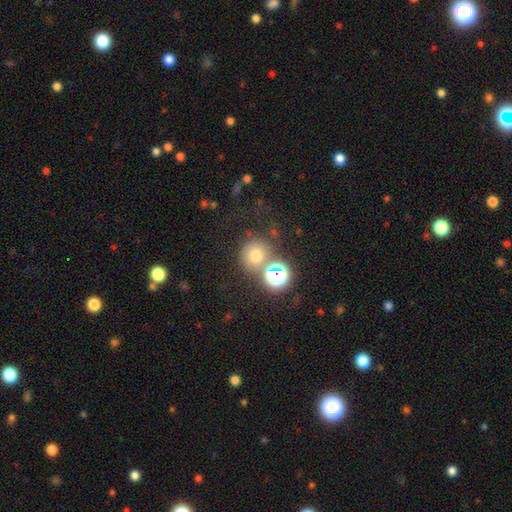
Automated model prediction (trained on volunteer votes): smooth_or_featured: smooth (p=0.64) [alt: star or artifact p=0.24]
how_rounded: round (p=0.86) [alt: in between p=0.13]
merging: none (p=0.58) [alt: merger p=0.26]